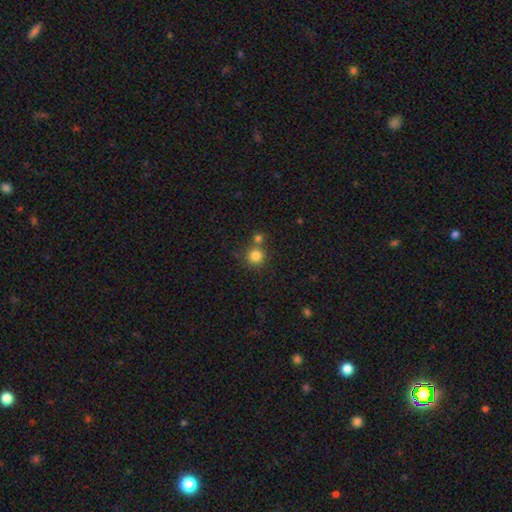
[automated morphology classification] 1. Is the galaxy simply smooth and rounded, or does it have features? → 82% smooth, 12% star or artifact, 6% featured or disk.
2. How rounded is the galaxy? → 93% round, 6% in between, 1% cigar-shaped.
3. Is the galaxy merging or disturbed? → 66% none, 23% merger, 8% minor disturbance, 3% major disturbance.